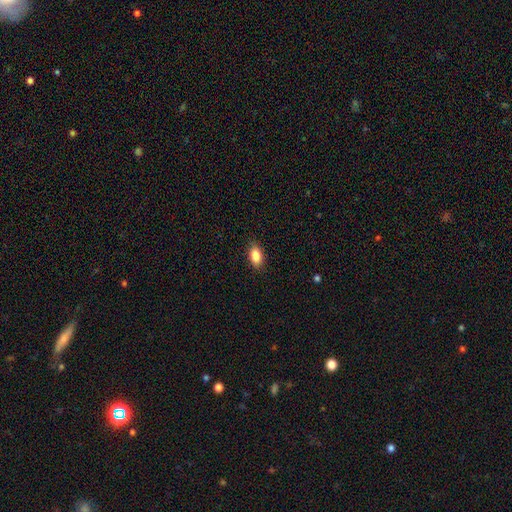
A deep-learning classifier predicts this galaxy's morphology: A smooth galaxy with no disk features (87%) that is in between round and cigar-shaped (90%).

Vote fractions:
- Smooth or featured? smooth: 87% / star or artifact: 8% / featured or disk: 6%
- How rounded? in between: 90% / round: 7% / cigar-shaped: 3%
- Merging? none: 88% / minor disturbance: 9% / major disturbance: 2% / merger: 1%